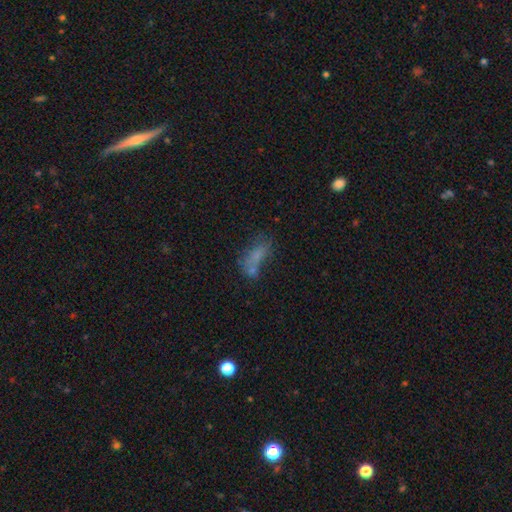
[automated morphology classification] The model was most divided on "merging": none: 34%, merger: 31%, major disturbance: 18%, minor disturbance: 17%. More confident: how rounded — in between (75%); smooth or featured — smooth (64%).